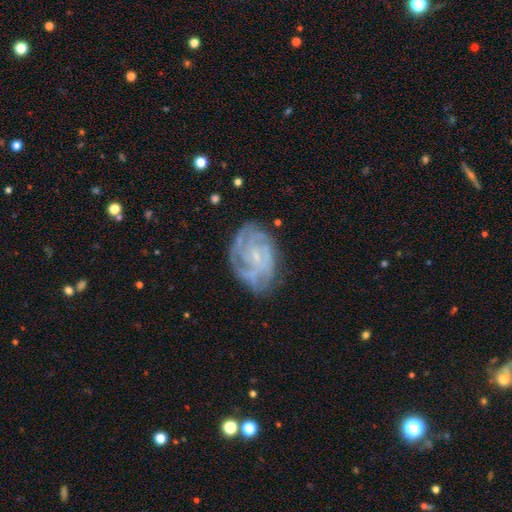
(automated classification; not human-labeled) Q: Smooth or featured?
A: featured or disk (81%); runner-up: smooth (11%)
Q: Edge-on disk?
A: no (97%); runner-up: yes (3%)
Q: Bar?
A: no (63%); runner-up: weak (31%)
Q: Spiral arms?
A: yes (94%); runner-up: no (6%)
Q: Spiral winding?
A: tight (65%); runner-up: medium (28%)
Q: Spiral arm count?
A: can't tell (32%); runner-up: 3 (22%)
Q: Bulge size?
A: small (77%); runner-up: moderate (11%)
Q: Merging?
A: none (72%); runner-up: minor disturbance (19%)